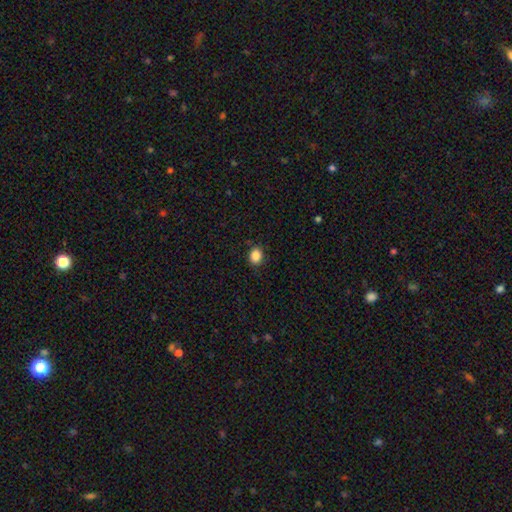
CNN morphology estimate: Overall: smooth (87%). How rounded: round (54%; in between 45%). Merging: none (87%).